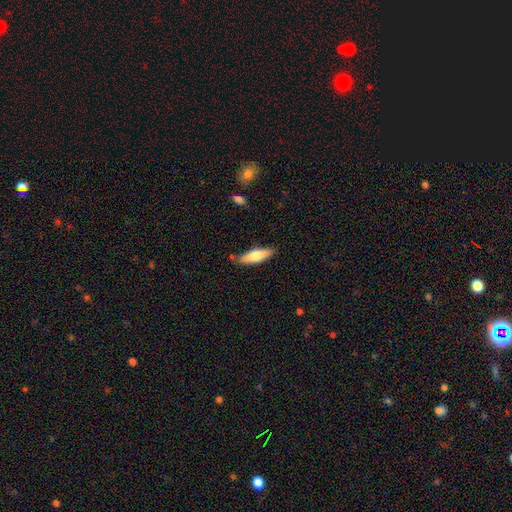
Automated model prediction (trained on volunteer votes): Smooth or featured? Predicted: smooth (p=0.66). How rounded? Predicted: cigar-shaped (p=0.57). Merging? Predicted: none (p=0.81).